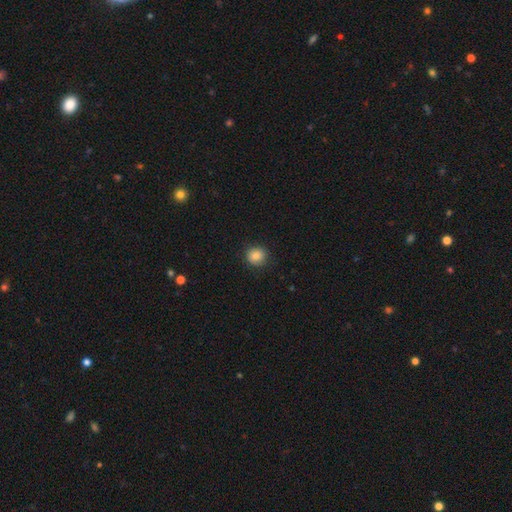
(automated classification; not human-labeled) Overall: smooth (85%). How rounded: round (89%). Merging: none (88%).